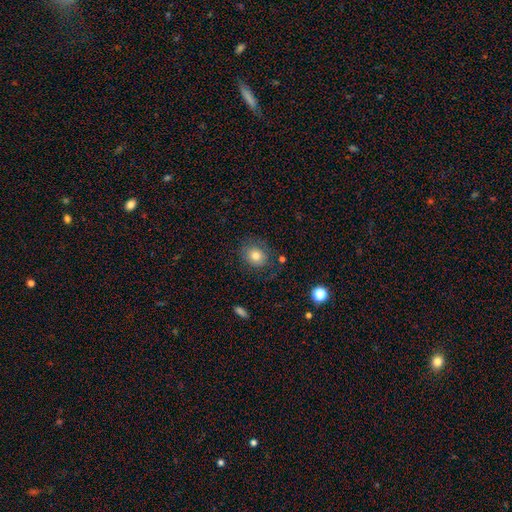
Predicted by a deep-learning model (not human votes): Overall: smooth (76%). How rounded: round (72%). Merging: none (74%).